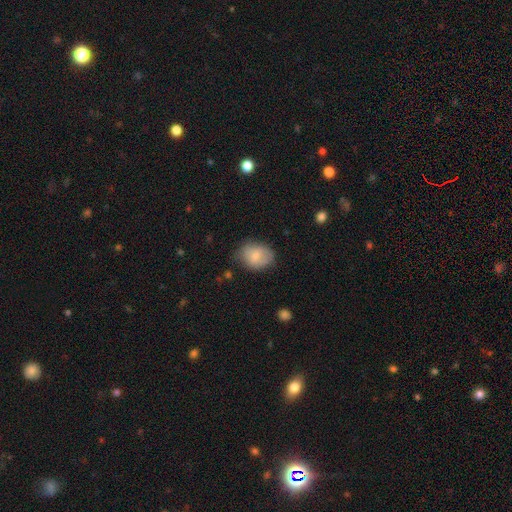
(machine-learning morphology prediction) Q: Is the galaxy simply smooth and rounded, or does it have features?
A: smooth — 72%.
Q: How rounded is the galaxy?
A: in between — 57%.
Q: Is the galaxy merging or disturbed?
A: none — 64%.